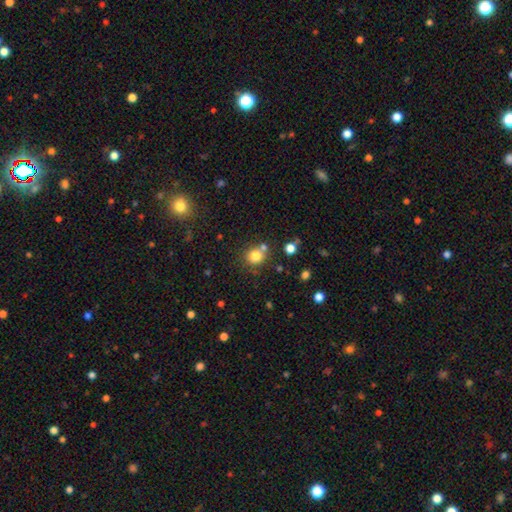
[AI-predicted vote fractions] Overall: smooth (80%). How rounded: round (86%). Merging: none (65%).